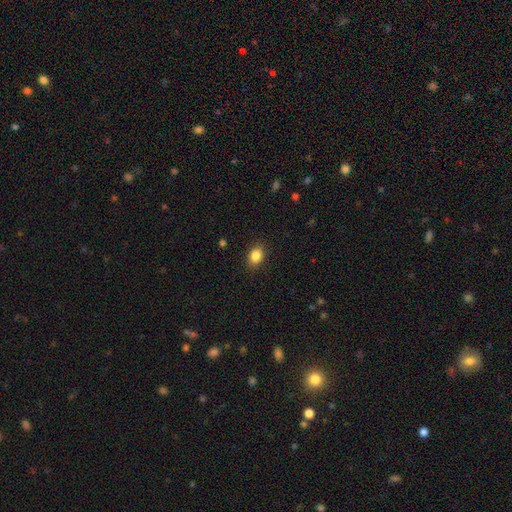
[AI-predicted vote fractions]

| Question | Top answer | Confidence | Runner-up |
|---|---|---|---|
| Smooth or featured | smooth | 86% | star or artifact (9%) |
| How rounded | in between | 73% | round (26%) |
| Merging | none | 87% | minor disturbance (9%) |